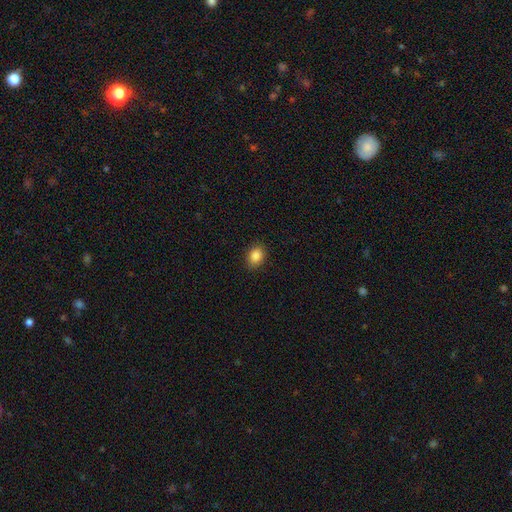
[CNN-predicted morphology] A smooth galaxy with no disk features (87%) that is in between round and cigar-shaped (64%). Merging: none (88%).